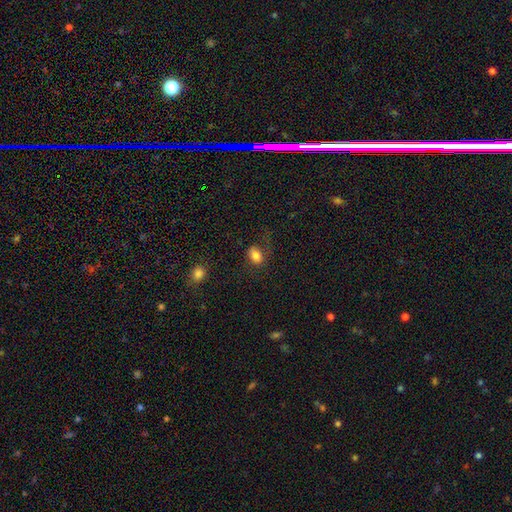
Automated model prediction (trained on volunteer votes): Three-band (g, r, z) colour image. It shows a smooth galaxy with no disk features (81%) that is in between round and cigar-shaped (75%). Merging: none (60%).